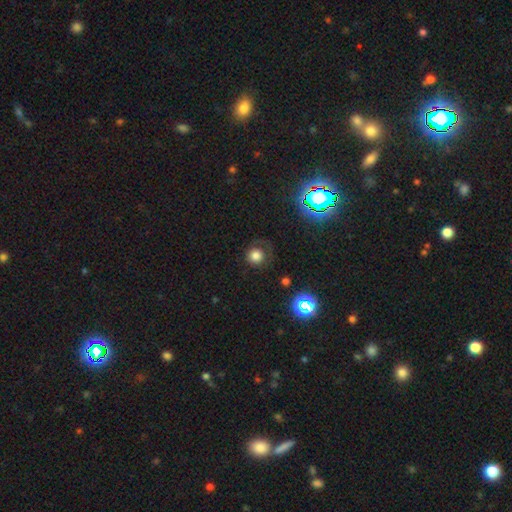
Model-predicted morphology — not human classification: type=smooth (73%); roundness=round (89%); merging=none (64%).